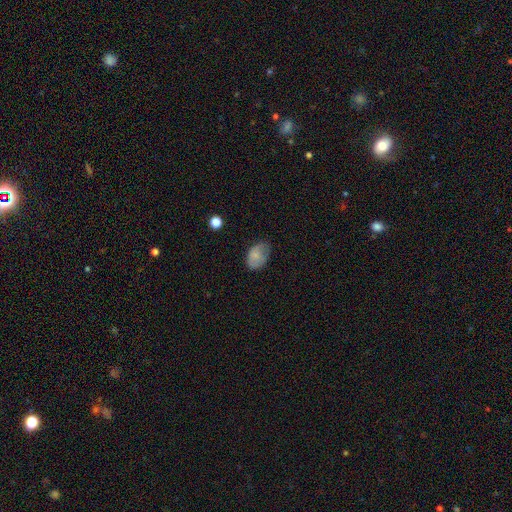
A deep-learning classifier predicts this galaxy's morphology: Q: Smooth or featured?
A: smooth (76%); runner-up: featured or disk (16%)
Q: How rounded?
A: in between (84%); runner-up: round (14%)
Q: Merging?
A: none (59%); runner-up: minor disturbance (30%)